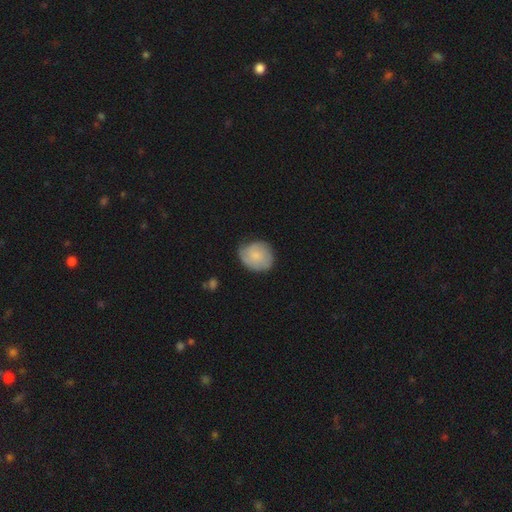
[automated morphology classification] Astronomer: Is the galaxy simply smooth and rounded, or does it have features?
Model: smooth — 67%.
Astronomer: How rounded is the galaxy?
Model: round — 71%.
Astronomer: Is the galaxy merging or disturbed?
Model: none — 56% (runner-up: minor disturbance, 34%).